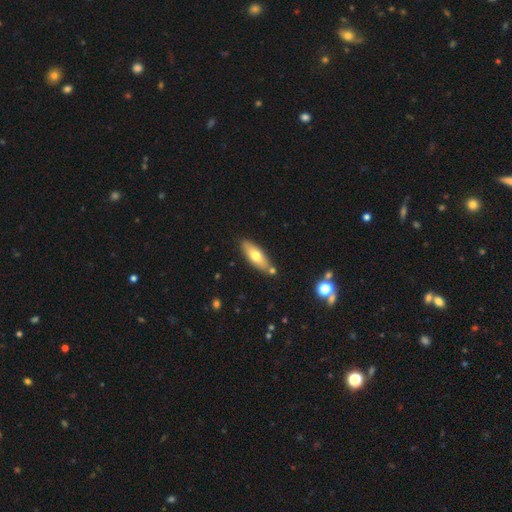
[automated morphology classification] Smooth or featured? smooth (65%)
How rounded? in between (62%)
Merging? none (79%)